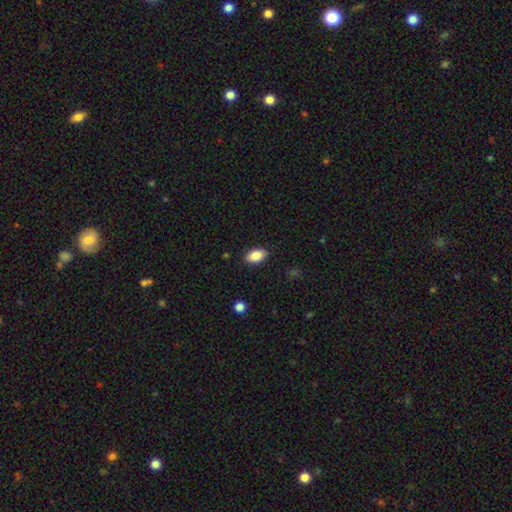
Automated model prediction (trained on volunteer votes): This is clearly a smooth galaxy (86%). How rounded: clearly in between (91%). Merging: clearly none (87%).